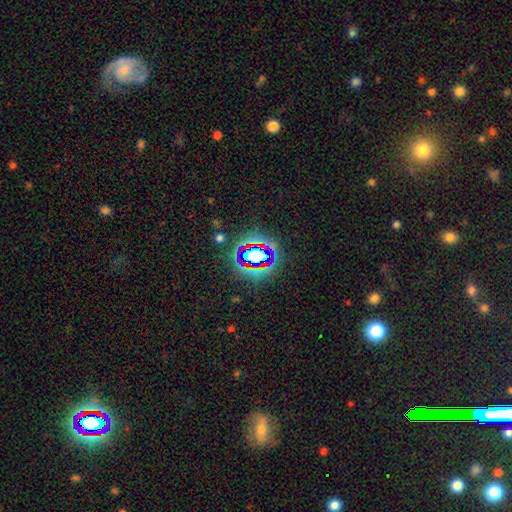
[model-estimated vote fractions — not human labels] Smooth or featured? star or artifact (61%)